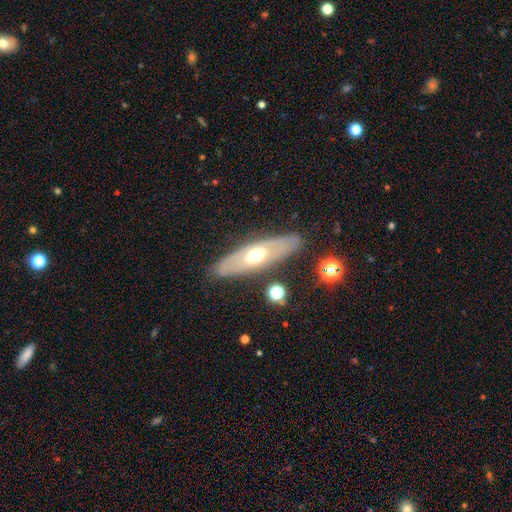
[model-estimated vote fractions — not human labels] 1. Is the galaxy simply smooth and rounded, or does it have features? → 61% featured or disk, 31% smooth, 8% star or artifact.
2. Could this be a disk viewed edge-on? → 54% no, 46% yes.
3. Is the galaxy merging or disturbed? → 82% none, 11% minor disturbance, 3% merger, 3% major disturbance.